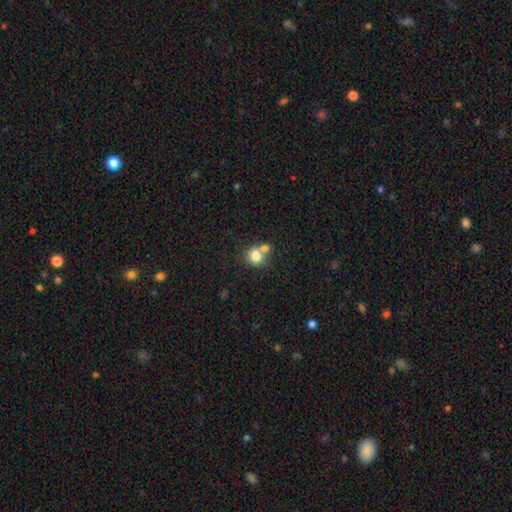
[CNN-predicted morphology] smooth 79%, featured or disk 10%, star or artifact 10%. Down the decision tree: how rounded — round (78%); merging — merger (45%).